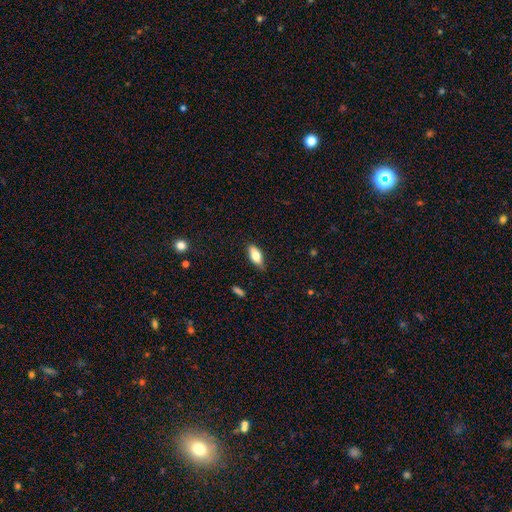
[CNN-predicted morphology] smooth_or_featured: smooth (p=0.72) [alt: featured or disk p=0.21]
how_rounded: in between (p=0.80) [alt: cigar-shaped p=0.17]
merging: none (p=0.83) [alt: minor disturbance p=0.14]